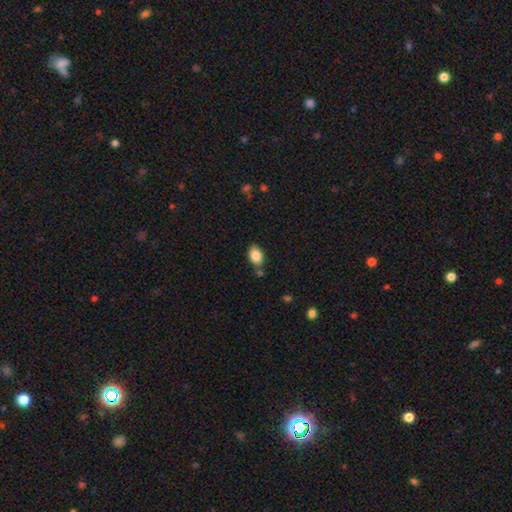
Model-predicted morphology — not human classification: Smooth or featured? Predicted: smooth (p=0.85). How rounded? Predicted: in between (p=0.86). Merging? Predicted: none (p=0.76).